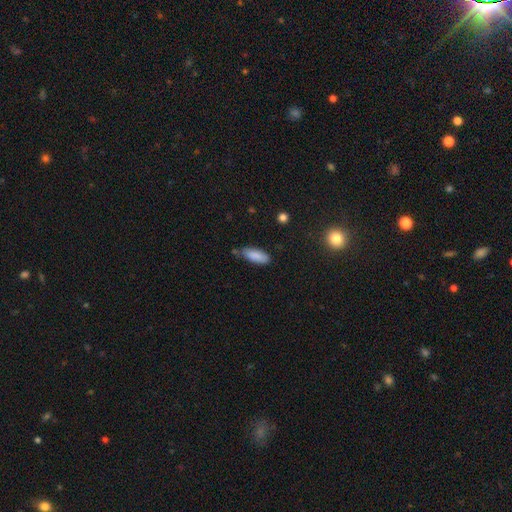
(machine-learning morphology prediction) Smooth or featured: smooth — 86% (featured or disk — 7%)
How rounded: in between — 69% (cigar-shaped — 30%)
Merging: none — 66% (minor disturbance — 24%)